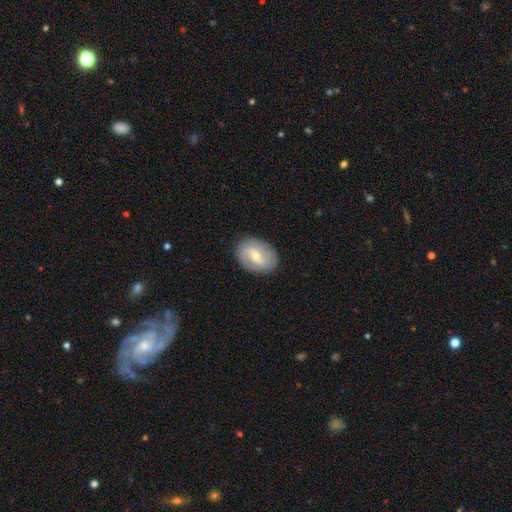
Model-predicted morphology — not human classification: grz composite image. It shows a featured or disk galaxy (67%) with a weak bar (53%), 2 (80%) medium (40%) spiral arms (82%) and a moderate central bulge (48%, tied with small). Merging: none (85%).